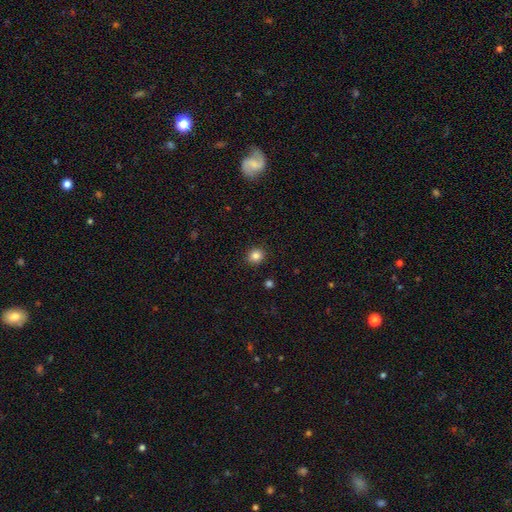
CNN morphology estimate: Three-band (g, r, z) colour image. It shows a smooth galaxy with no disk features (84%) that is round (84%). Merging: none (92%).